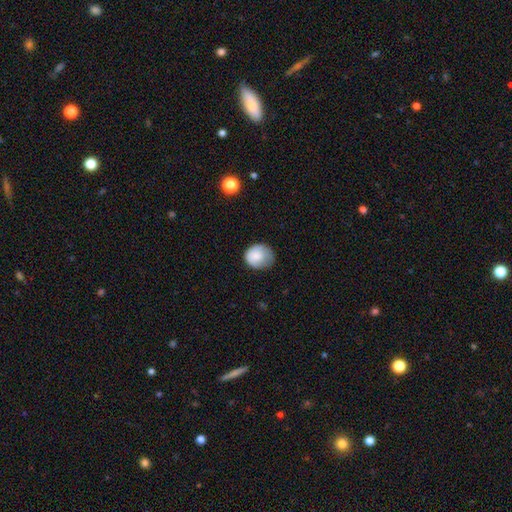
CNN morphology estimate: A smooth galaxy with no disk features (80%) that is round (69%).

Vote fractions:
- Smooth or featured? smooth: 80% / featured or disk: 12% / star or artifact: 8%
- How rounded? round: 69% / in between: 30% / cigar-shaped: 1%
- Merging? none: 59% / minor disturbance: 30% / major disturbance: 10% / merger: 1%